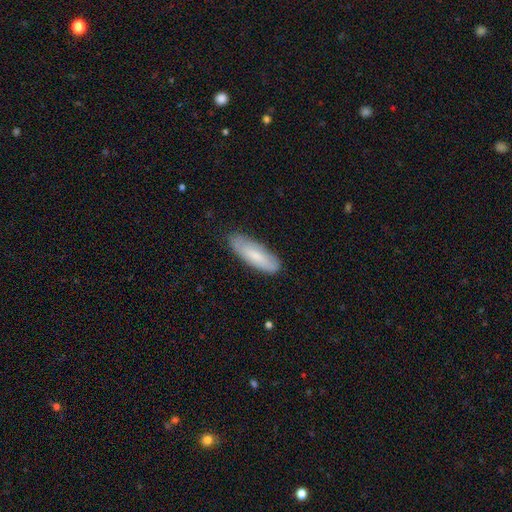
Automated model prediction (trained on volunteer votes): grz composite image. It shows a smooth galaxy with no disk features (71%) that is in between round and cigar-shaped (54%). Merging: none (80%).